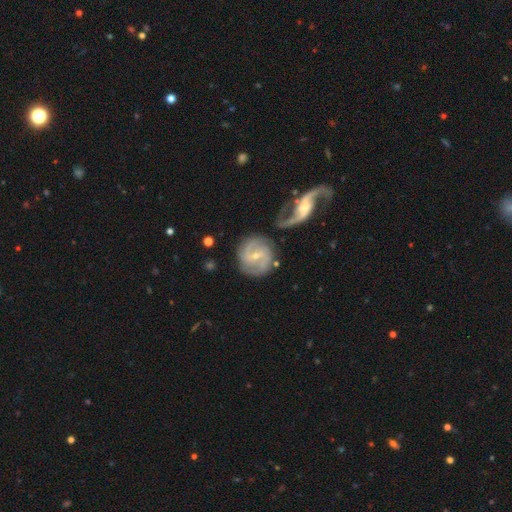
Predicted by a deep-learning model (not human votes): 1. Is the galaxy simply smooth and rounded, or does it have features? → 82% featured or disk, 12% smooth, 5% star or artifact.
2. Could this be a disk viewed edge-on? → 97% no, 3% yes.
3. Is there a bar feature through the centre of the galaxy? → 47% weak, 30% no, 23% strong.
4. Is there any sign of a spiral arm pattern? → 94% yes, 6% no.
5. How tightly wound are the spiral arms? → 46% medium, 34% tight, 20% loose.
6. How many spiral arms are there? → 71% 2, 11% can't tell, 10% 3, 3% 1, 3% 4, 2% more than 4.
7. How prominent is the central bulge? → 69% small, 27% moderate, 2% none, 1% large, 1% dominant.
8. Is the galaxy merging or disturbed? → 61% none, 15% minor disturbance, 15% merger, 8% major disturbance.